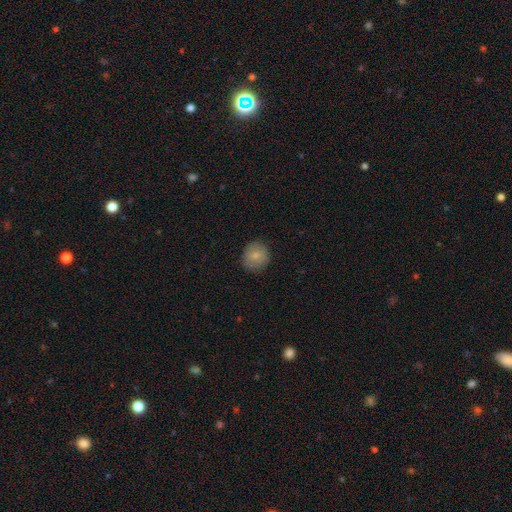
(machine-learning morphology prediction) Smooth or featured? smooth (81%)
How rounded? round (88%)
Merging? none (85%)